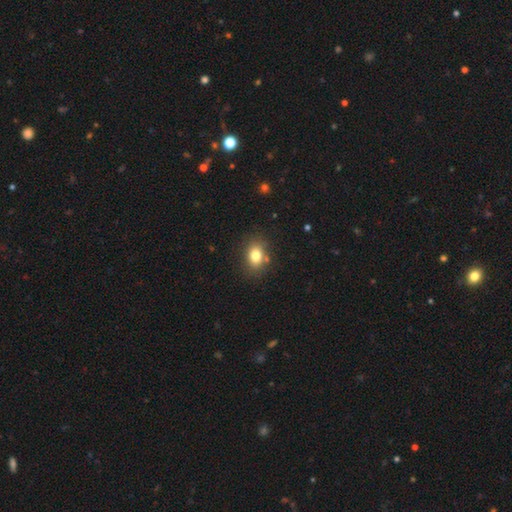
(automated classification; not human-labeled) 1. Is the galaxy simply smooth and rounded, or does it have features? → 79% smooth, 11% star or artifact, 10% featured or disk.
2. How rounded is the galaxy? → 64% in between, 35% round, 1% cigar-shaped.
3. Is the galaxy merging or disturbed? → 78% none, 13% minor disturbance, 5% merger, 4% major disturbance.